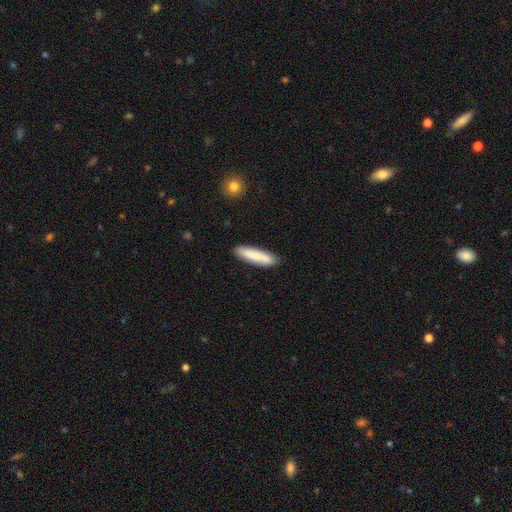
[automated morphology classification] A smooth galaxy with no disk features (81%) that is cigar-shaped (78%). Merging: none (85%).